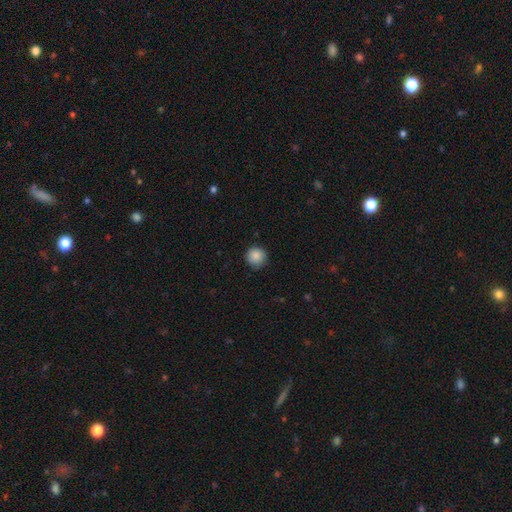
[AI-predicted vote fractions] Overall: smooth (88%). How rounded: round (95%). Merging: none (85%).